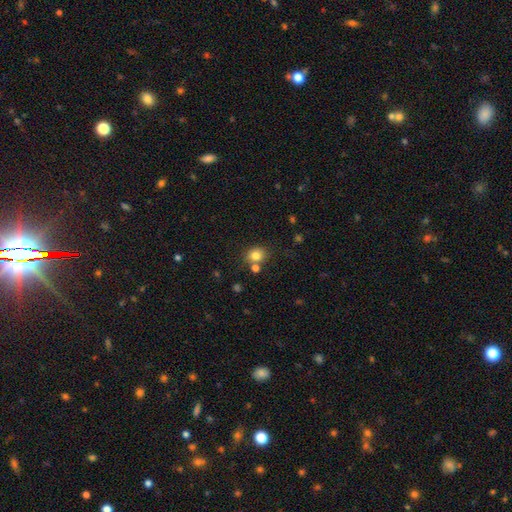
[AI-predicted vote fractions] A smooth galaxy with no disk features (80%) that is round (65%).

Vote fractions:
- Smooth or featured? smooth: 80% / star or artifact: 12% / featured or disk: 8%
- How rounded? round: 65% / in between: 34% / cigar-shaped: 1%
- Merging? none: 67% / merger: 17% / minor disturbance: 12% / major disturbance: 4%